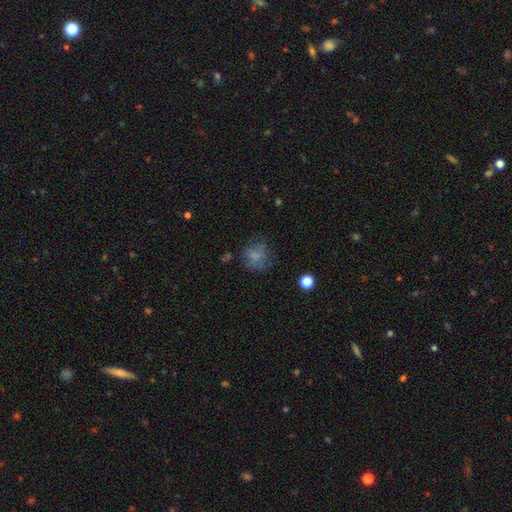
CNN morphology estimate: smooth 73%, featured or disk 15%, star or artifact 12%. Down the decision tree: how rounded — round (79%); merging — none (65%).